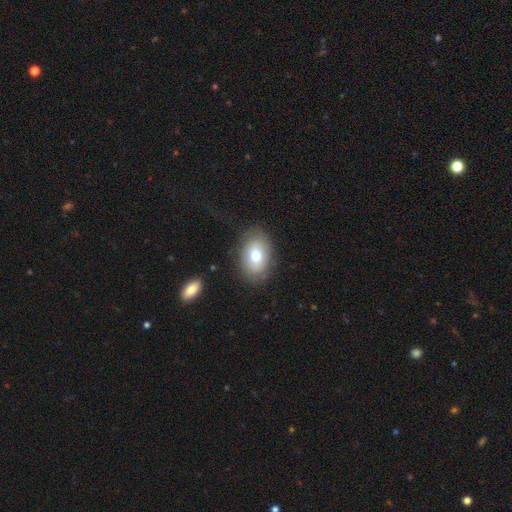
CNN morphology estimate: A smooth galaxy with no disk features (73%) that is in between round and cigar-shaped (87%).

Vote fractions:
- Smooth or featured? smooth: 73% / featured or disk: 19% / star or artifact: 8%
- How rounded? in between: 87% / round: 12% / cigar-shaped: 1%
- Merging? none: 80% / minor disturbance: 14% / major disturbance: 5% / merger: 2%